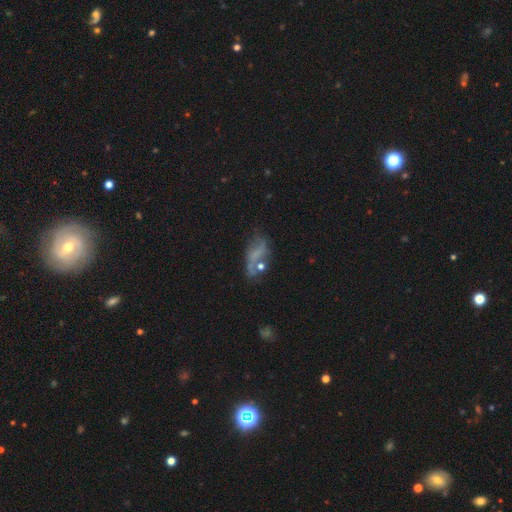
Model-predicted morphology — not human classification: Smooth or featured? featured or disk (47%)
Merging? none (42%)